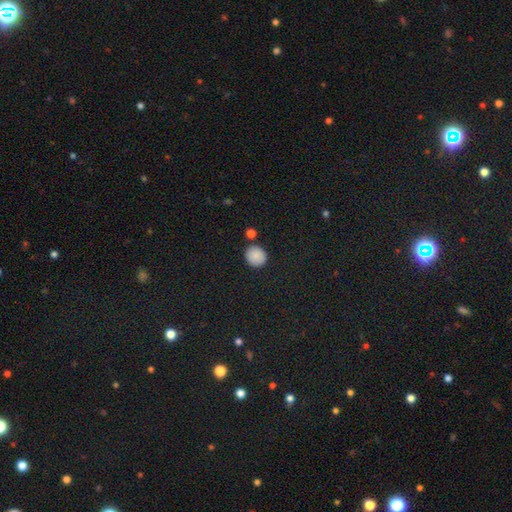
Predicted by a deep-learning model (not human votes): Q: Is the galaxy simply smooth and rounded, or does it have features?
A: smooth — 87%.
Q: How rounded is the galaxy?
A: round — 88%.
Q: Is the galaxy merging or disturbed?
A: none — 84%.